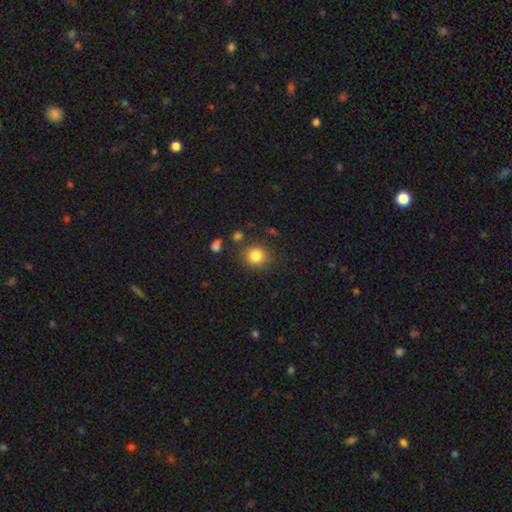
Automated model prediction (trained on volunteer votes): This is clearly a smooth galaxy (84%). How rounded: clearly round (85%). Merging: clearly none (83%).